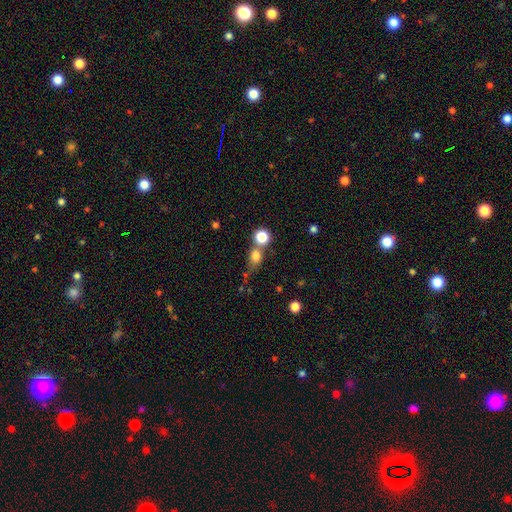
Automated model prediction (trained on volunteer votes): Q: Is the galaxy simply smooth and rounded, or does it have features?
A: smooth — 76%.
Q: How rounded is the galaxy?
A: round — 61%.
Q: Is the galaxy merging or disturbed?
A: none — 46%.